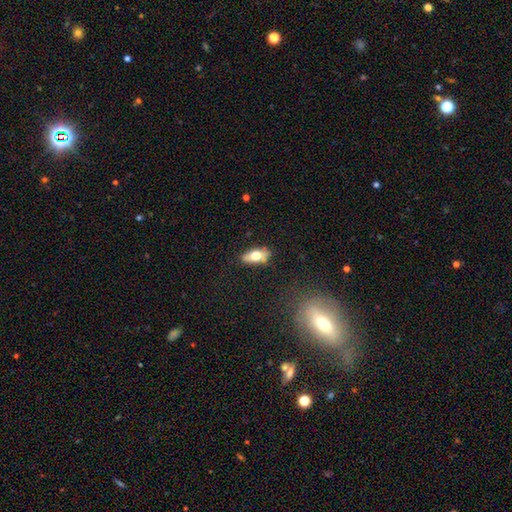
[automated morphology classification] A smooth galaxy with no disk features (63%) that is in between round and cigar-shaped (81%). Merging: none (78%).